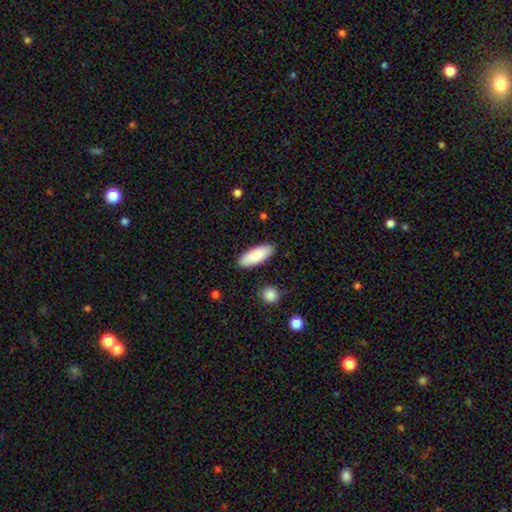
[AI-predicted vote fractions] Morphology: type=smooth (88%); roundness=in between (71%); merging=none (88%).